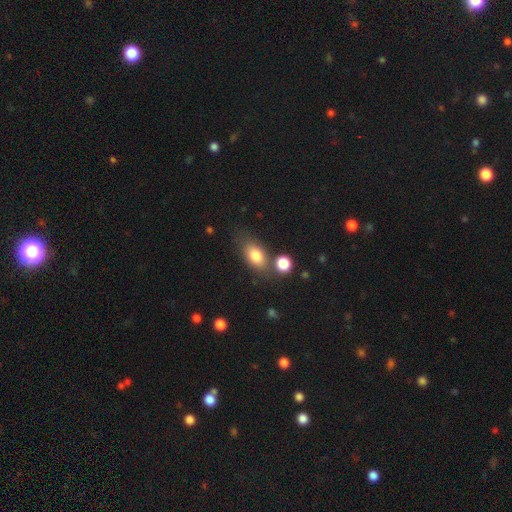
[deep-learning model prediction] Smooth or featured: smooth — 81% (featured or disk — 12%)
How rounded: in between — 86% (round — 10%)
Merging: none — 63% (minor disturbance — 16%)